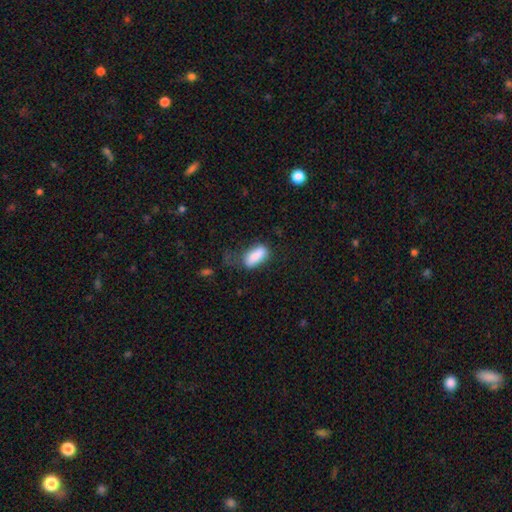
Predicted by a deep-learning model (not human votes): A smooth galaxy with no disk features (84%) that is in between round and cigar-shaped (81%).

Vote fractions:
- Smooth or featured? smooth: 84% / featured or disk: 8% / star or artifact: 8%
- How rounded? in between: 81% / cigar-shaped: 15% / round: 3%
- Merging? none: 45% / minor disturbance: 31% / major disturbance: 20% / merger: 4%